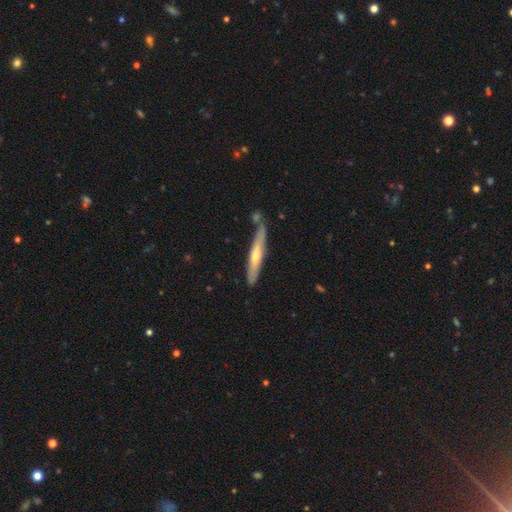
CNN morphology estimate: smooth-or-featured: featured or disk: 59% | smooth: 36% | star or artifact: 6%
  disk-edge-on: yes: 89% | no: 11%
    edge-on-bulge: rounded: 77% | none: 20% | boxy: 3%
  merging: none: 72% | minor disturbance: 16% | merger: 8% | major disturbance: 3%